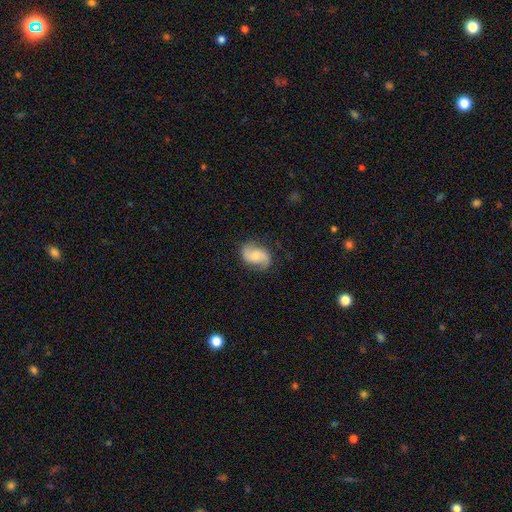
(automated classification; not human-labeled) Overall: featured or disk (61%; smooth 32%). Edge-on disk: no (97%). Bar: no (57%; weak 34%). Spiral arms: yes (92%). Spiral arm count: 2 (90%). Spiral winding: loose (50%; medium 36%). Bulge size: small (44%; moderate 41%). Merging: none (74%).